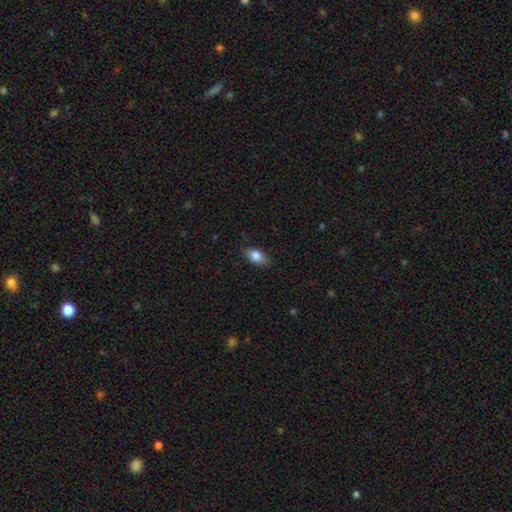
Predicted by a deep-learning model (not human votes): Smooth or featured? smooth (83%)
How rounded? in between (87%)
Merging? none (82%)